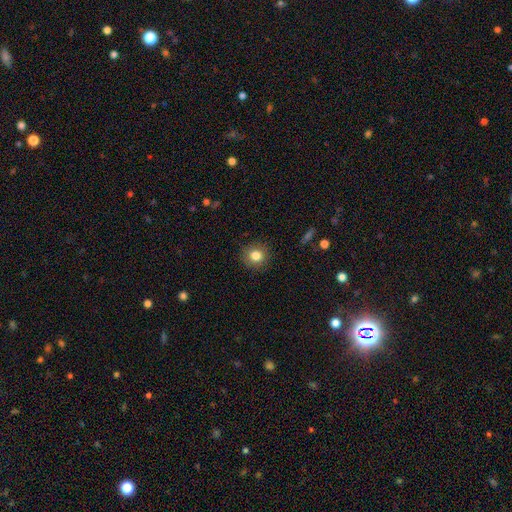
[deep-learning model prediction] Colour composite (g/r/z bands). It shows a smooth galaxy with no disk features (82%) that is round (90%). Merging: none (89%).